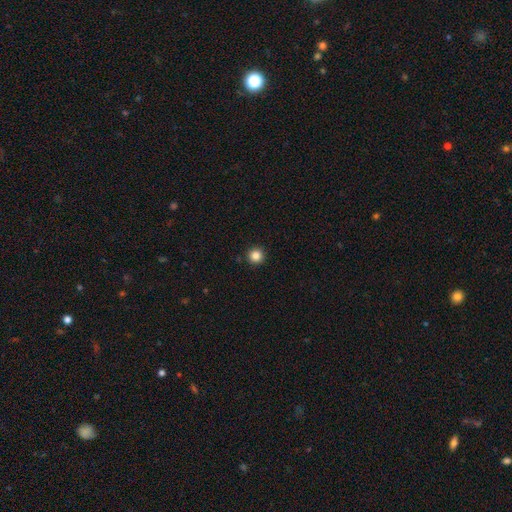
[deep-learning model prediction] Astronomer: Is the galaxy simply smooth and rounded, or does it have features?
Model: smooth — 85%.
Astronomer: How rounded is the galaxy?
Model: round — 96%.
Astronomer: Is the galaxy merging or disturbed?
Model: none — 93%.